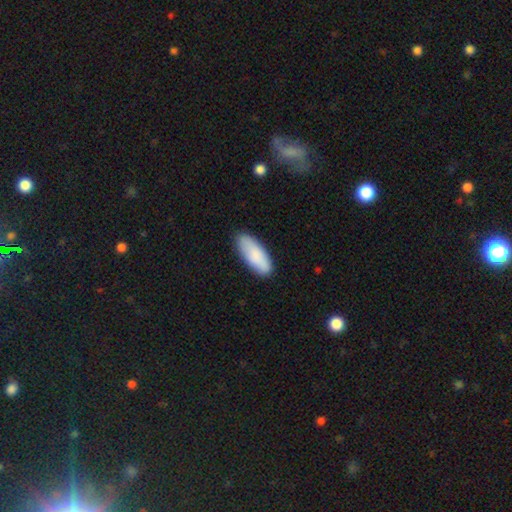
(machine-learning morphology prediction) Overall: smooth (86%). How rounded: in between (76%). Merging: none (86%).